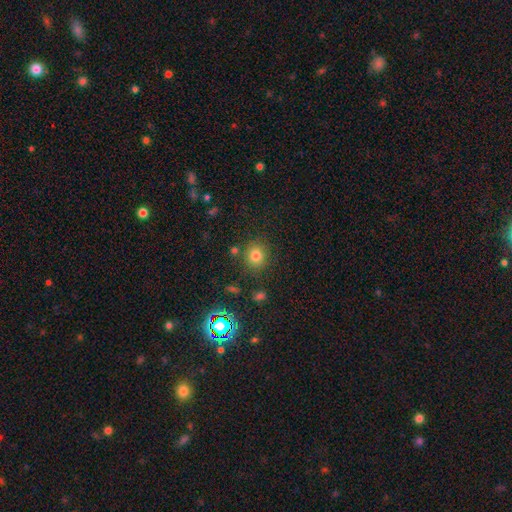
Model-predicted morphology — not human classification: This is likely a smooth galaxy (78%). How rounded: clearly round (85%). Merging: clearly none (83%).